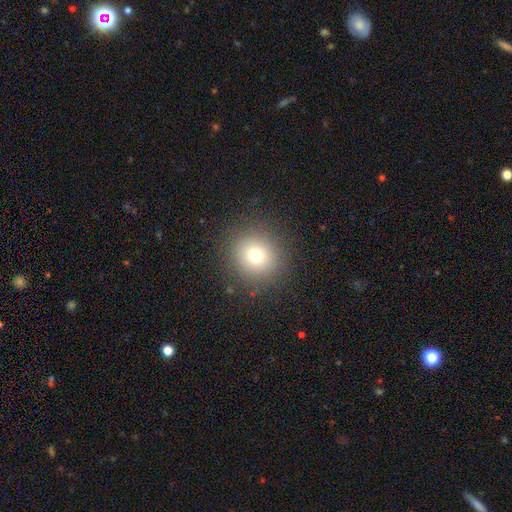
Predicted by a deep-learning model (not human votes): A smooth galaxy with no disk features (73%) that is round (92%). Merging: none (88%).